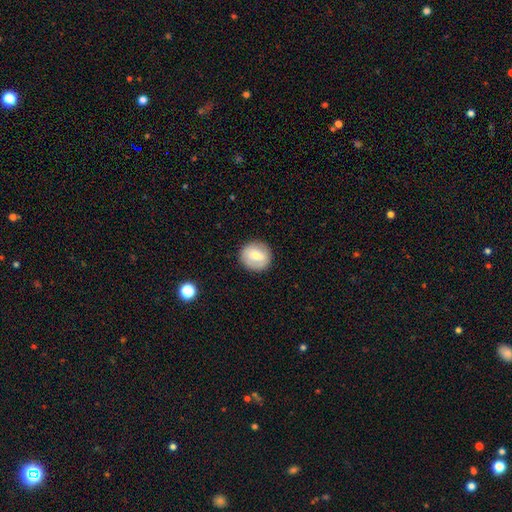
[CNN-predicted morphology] Smooth or featured?
  - smooth: 67% *
  - featured or disk: 25%
  - star or artifact: 7%
How rounded?
  - round: 89% *
  - in between: 10%
  - cigar-shaped: 1%
Merging?
  - none: 88% *
  - minor disturbance: 8%
  - major disturbance: 3%
  - merger: 1%